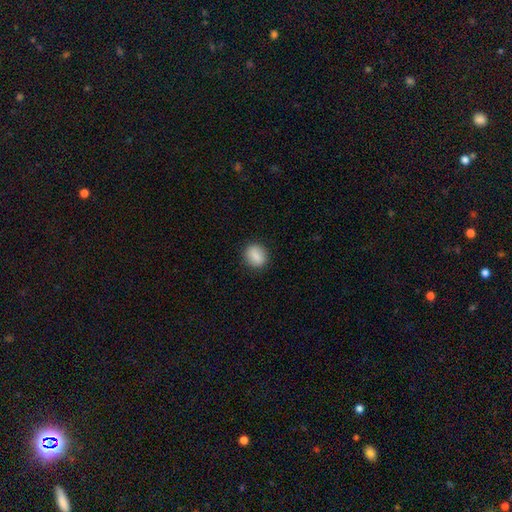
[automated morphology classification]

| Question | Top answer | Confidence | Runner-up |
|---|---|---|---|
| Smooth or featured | smooth | 85% | featured or disk (8%) |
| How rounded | round | 56% | in between (42%) |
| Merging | none | 88% | minor disturbance (9%) |